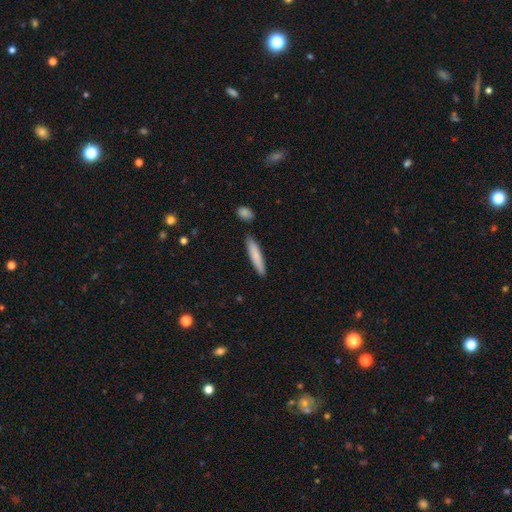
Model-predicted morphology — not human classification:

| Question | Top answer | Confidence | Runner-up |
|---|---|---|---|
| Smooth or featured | smooth | 81% | featured or disk (14%) |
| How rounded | cigar-shaped | 91% | in between (8%) |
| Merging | none | 87% | minor disturbance (9%) |